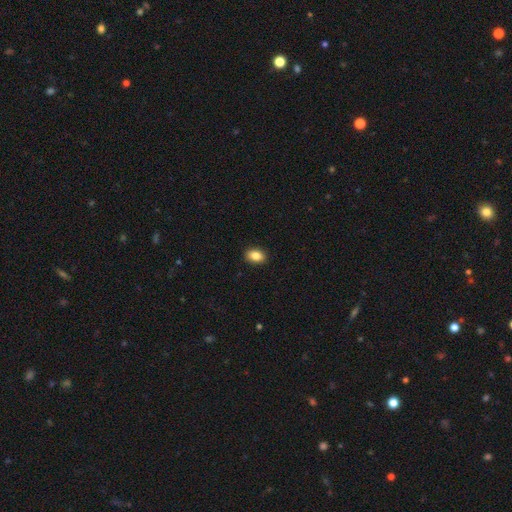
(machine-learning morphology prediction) This appears to be a smooth galaxy with no disk features (86%) that is in between round and cigar-shaped (82%). Merging: none (91%).